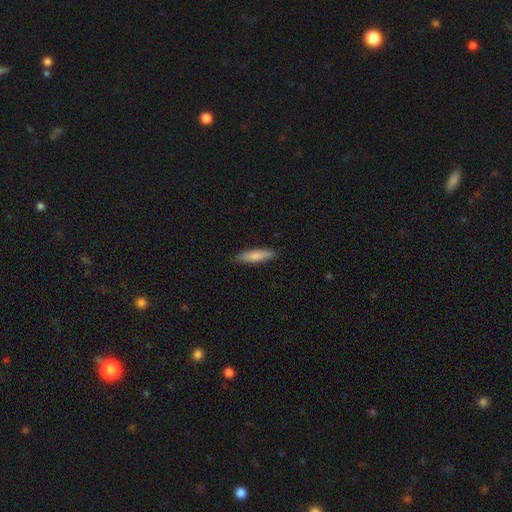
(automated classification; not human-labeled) Overall: smooth (77%). How rounded: cigar-shaped (77%). Merging: none (89%).